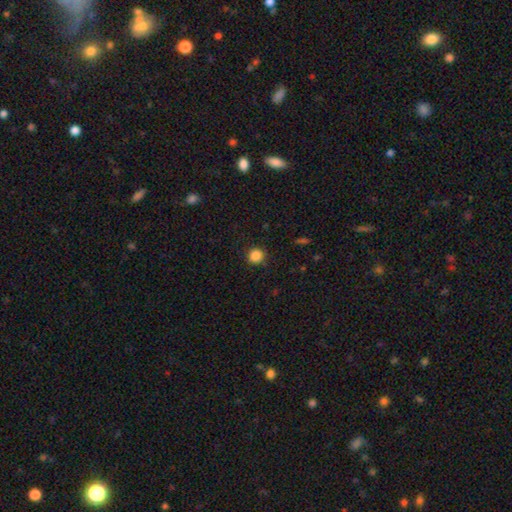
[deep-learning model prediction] Q: Smooth or featured?
A: smooth (86%); runner-up: star or artifact (11%)
Q: How rounded?
A: round (92%); runner-up: in between (7%)
Q: Merging?
A: none (89%); runner-up: minor disturbance (8%)